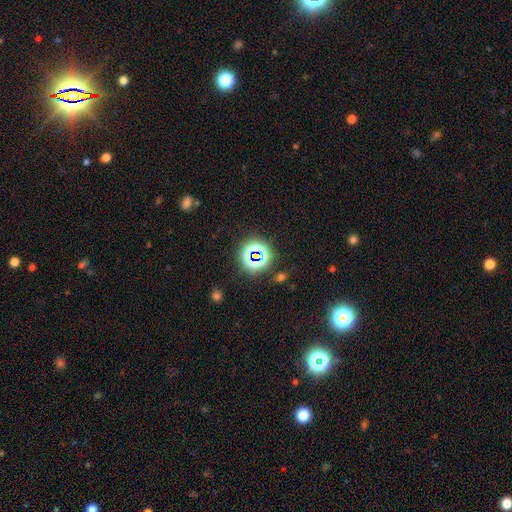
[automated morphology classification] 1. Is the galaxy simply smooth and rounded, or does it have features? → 67% star or artifact, 24% smooth, 10% featured or disk.